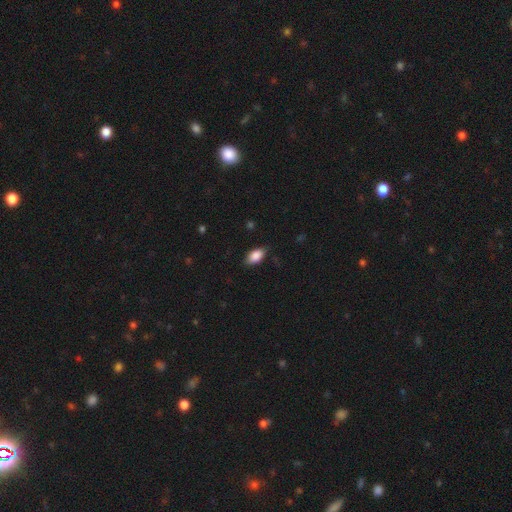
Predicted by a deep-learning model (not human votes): Smooth or featured?
  - smooth: 86% *
  - star or artifact: 7%
  - featured or disk: 7%
How rounded?
  - in between: 92% *
  - round: 5%
  - cigar-shaped: 4%
Merging?
  - none: 80% *
  - minor disturbance: 16%
  - major disturbance: 3%
  - merger: 1%